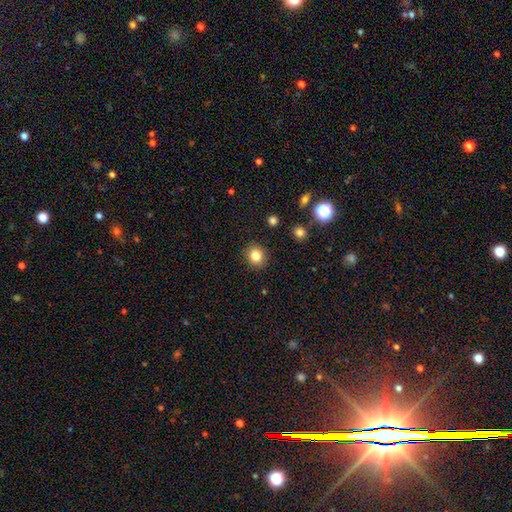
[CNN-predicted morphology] A smooth galaxy with no disk features (83%) that is round (80%).

Vote fractions:
- Smooth or featured? smooth: 83% / star or artifact: 11% / featured or disk: 6%
- How rounded? round: 80% / in between: 19% / cigar-shaped: 1%
- Merging? none: 90% / minor disturbance: 7% / major disturbance: 2% / merger: 1%